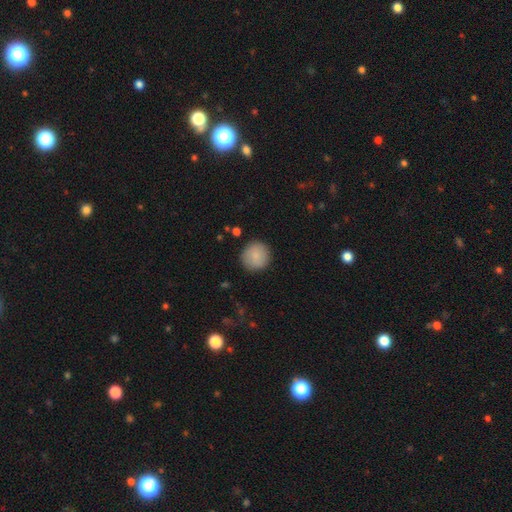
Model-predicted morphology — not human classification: This appears to be a smooth galaxy with no disk features (84%) that is round (94%). Merging: none (89%).